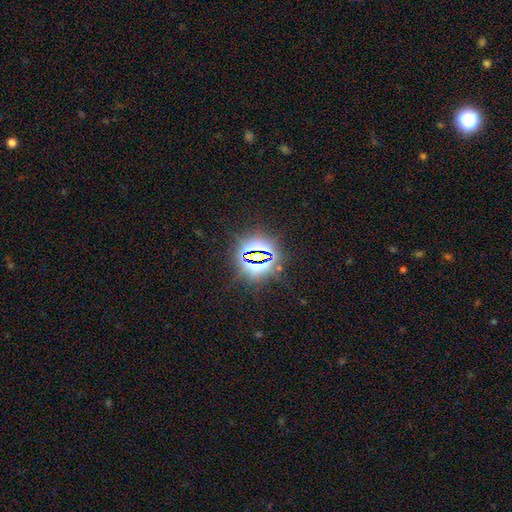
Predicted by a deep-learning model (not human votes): This appears to be a star or artifact, not a galaxy (80%).